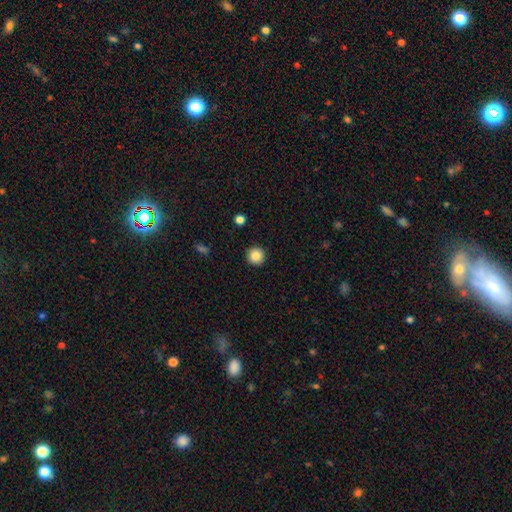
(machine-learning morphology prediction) A smooth galaxy with no disk features (86%) that is round (96%). Merging: none (93%).